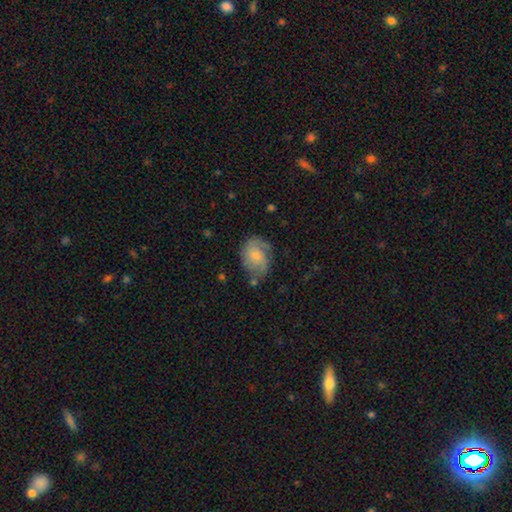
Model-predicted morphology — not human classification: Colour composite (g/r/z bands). It shows a featured or disk galaxy (50%). Merging: none (56%).